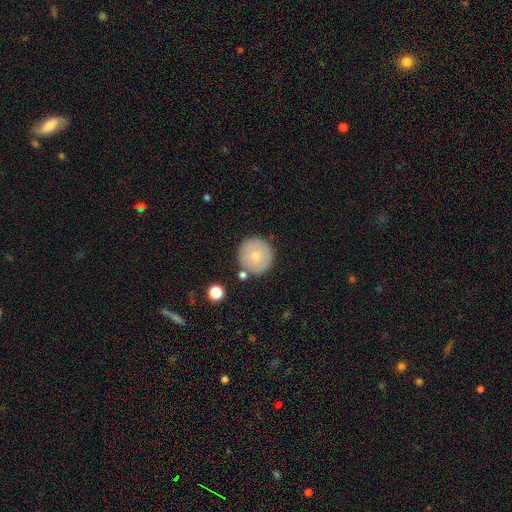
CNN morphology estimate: type=smooth (73%); roundness=round (96%); merging=none (82%).